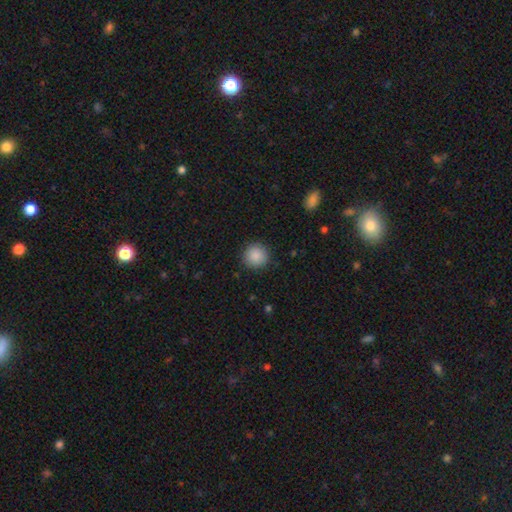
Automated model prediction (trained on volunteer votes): The model was most divided on "smooth or featured": smooth: 89%, star or artifact: 8%, featured or disk: 3%. More confident: how rounded — round (94%); merging — none (90%).